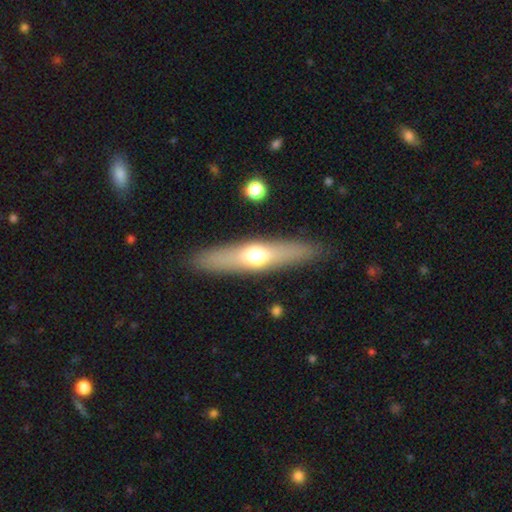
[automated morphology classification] smooth_or_featured: smooth (p=0.49) [alt: featured or disk p=0.45]
merging: none (p=0.88) [alt: minor disturbance p=0.08]